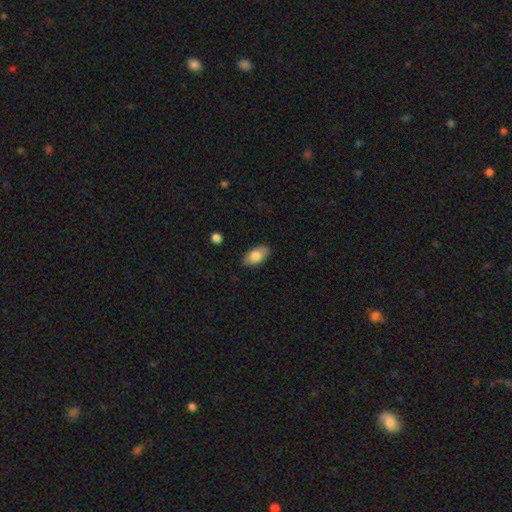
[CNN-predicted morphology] smooth 77%, featured or disk 16%, star or artifact 7%. Down the decision tree: how rounded — in between (93%); merging — none (85%).